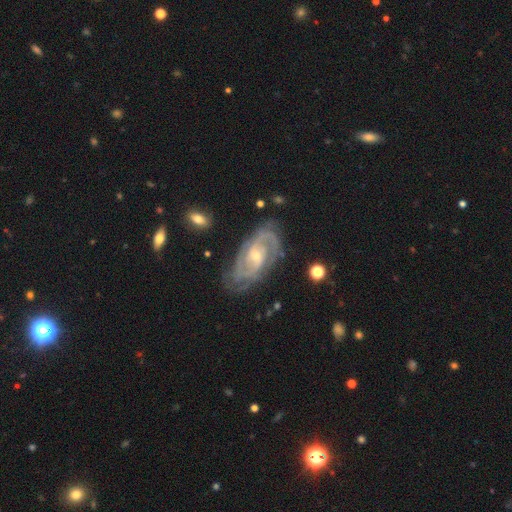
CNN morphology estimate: Q: Smooth or featured?
A: featured or disk (89%); runner-up: smooth (6%)
Q: Edge-on disk?
A: no (96%); runner-up: yes (4%)
Q: Bar?
A: no (48%); runner-up: weak (41%)
Q: Spiral arms?
A: yes (97%); runner-up: no (3%)
Q: Spiral winding?
A: tight (58%); runner-up: medium (35%)
Q: Spiral arm count?
A: 2 (46%); runner-up: 3 (20%)
Q: Bulge size?
A: small (62%); runner-up: moderate (34%)
Q: Merging?
A: none (73%); runner-up: minor disturbance (19%)